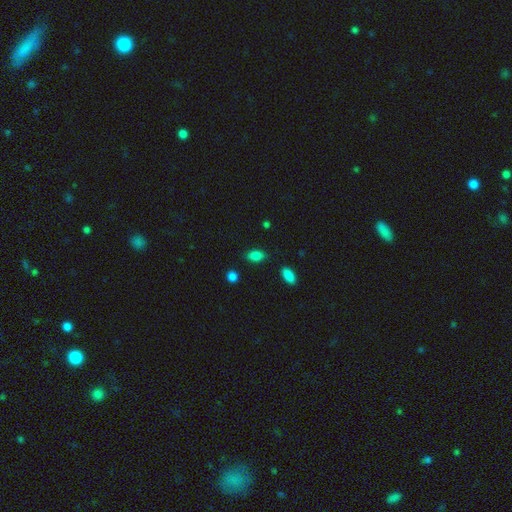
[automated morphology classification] type=smooth (84%); roundness=in between (88%); merging=none (80%).